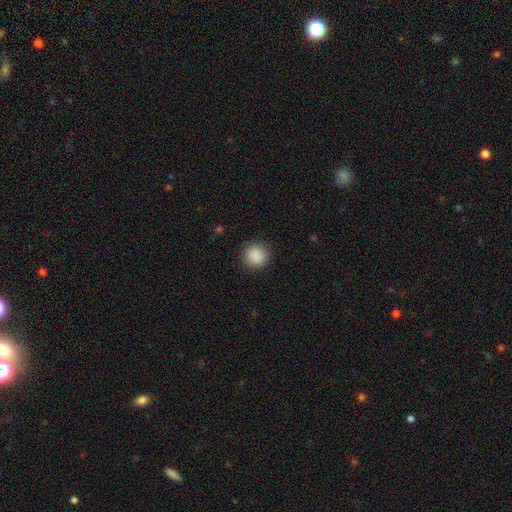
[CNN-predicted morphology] This appears to be a smooth galaxy with no disk features (89%) that is round (94%). Merging: none (90%).